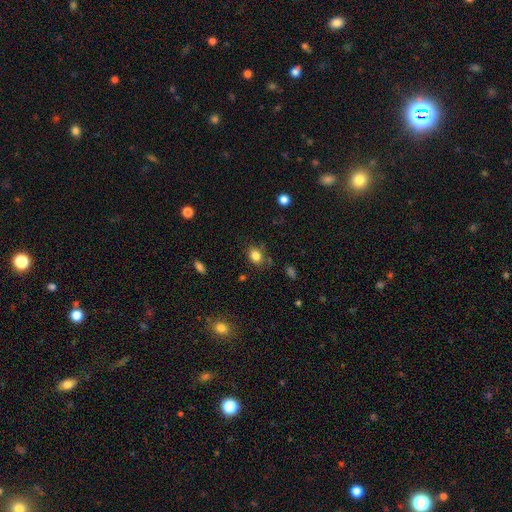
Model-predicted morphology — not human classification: smooth-or-featured: smooth: 83% | star or artifact: 11% | featured or disk: 6%
  how-rounded: in between: 52% | round: 47% | cigar-shaped: 1%
  merging: none: 78% | minor disturbance: 15% | major disturbance: 4% | merger: 3%